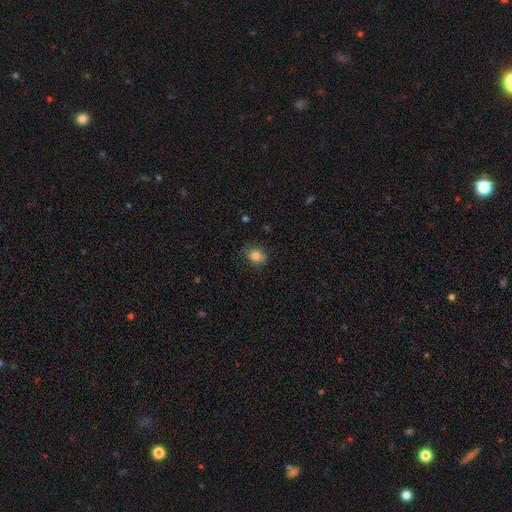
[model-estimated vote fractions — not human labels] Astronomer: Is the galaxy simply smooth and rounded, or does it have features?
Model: smooth — 83%.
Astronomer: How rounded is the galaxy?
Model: round — 61% (runner-up: in between, 38%).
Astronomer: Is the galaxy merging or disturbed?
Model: none — 80%.